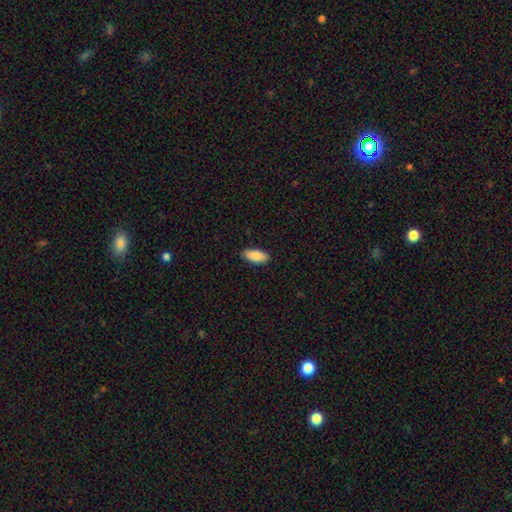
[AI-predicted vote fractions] Smooth or featured: smooth — 89% (star or artifact — 6%)
How rounded: in between — 89% (cigar-shaped — 9%)
Merging: none — 88% (minor disturbance — 9%)